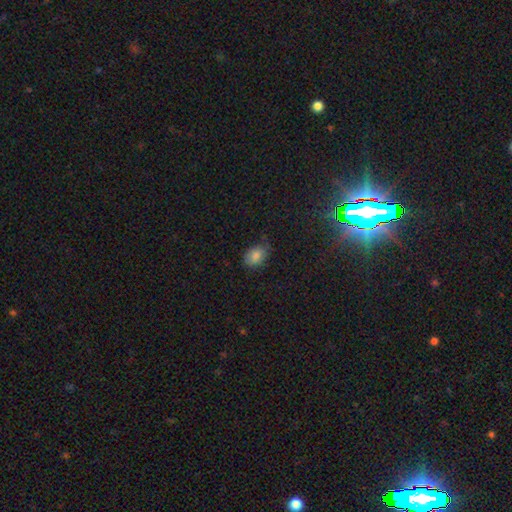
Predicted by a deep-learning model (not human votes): This is clearly a smooth galaxy (81%). How rounded: likely in between (77%). Merging: likely none (65%).